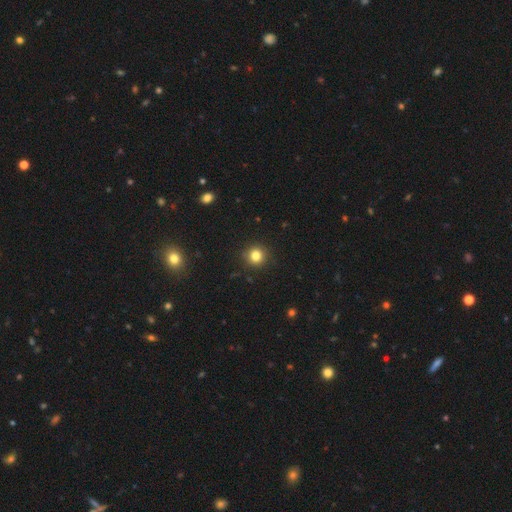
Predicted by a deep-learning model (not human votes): This appears to be a smooth galaxy with no disk features (82%) that is round (93%). Merging: none (92%).